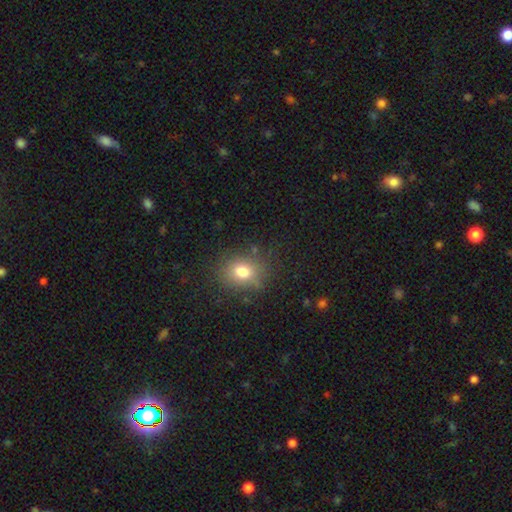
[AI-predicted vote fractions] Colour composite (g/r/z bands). It shows a smooth galaxy with no disk features (74%) that is round (66%). Merging: none (84%).